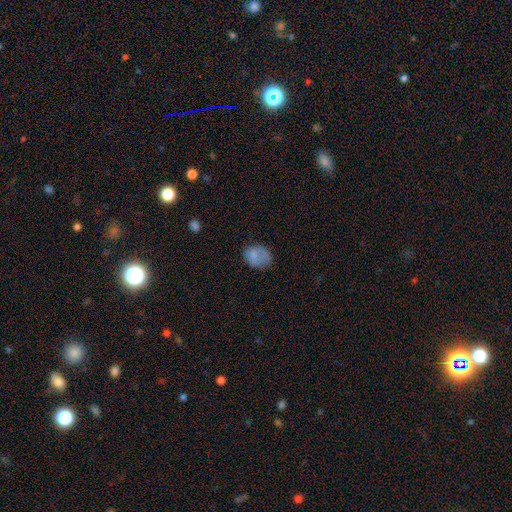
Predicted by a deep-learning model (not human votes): A smooth galaxy with no disk features (74%) that is in between round and cigar-shaped (63%). Merging: none (55%).